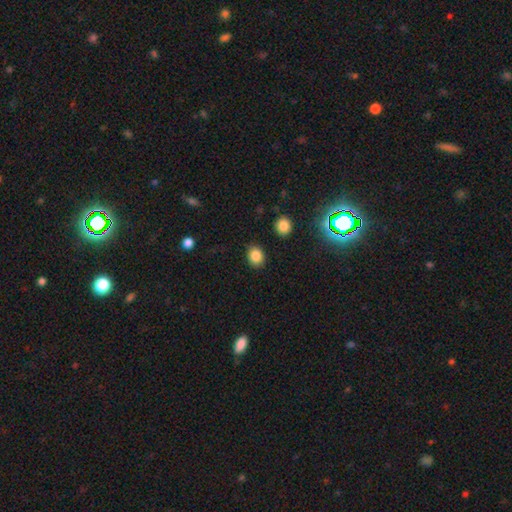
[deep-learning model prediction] Smooth or featured: smooth — 85% (star or artifact — 10%)
How rounded: round — 54% (in between — 45%)
Merging: none — 87% (minor disturbance — 8%)